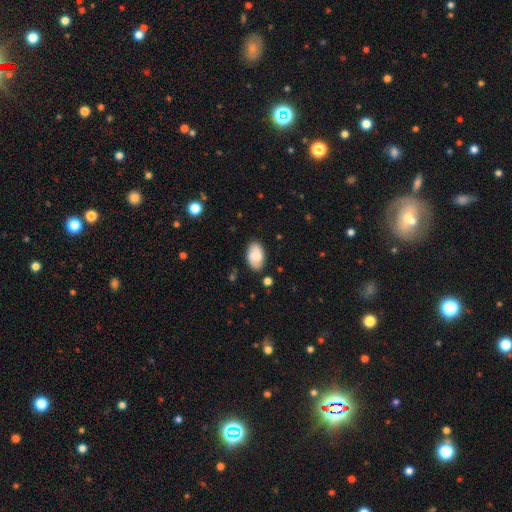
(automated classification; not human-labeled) A smooth galaxy with no disk features (65%) that is in between round and cigar-shaped (93%). Merging: none (80%).